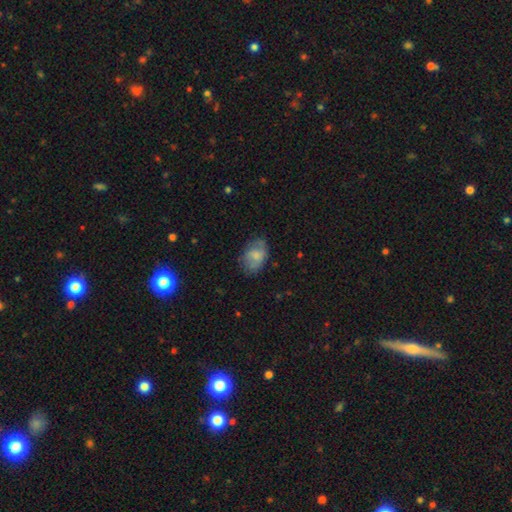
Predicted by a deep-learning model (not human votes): Q: Smooth or featured?
A: smooth (65%); runner-up: featured or disk (27%)
Q: How rounded?
A: in between (83%); runner-up: round (16%)
Q: Merging?
A: none (63%); runner-up: minor disturbance (26%)